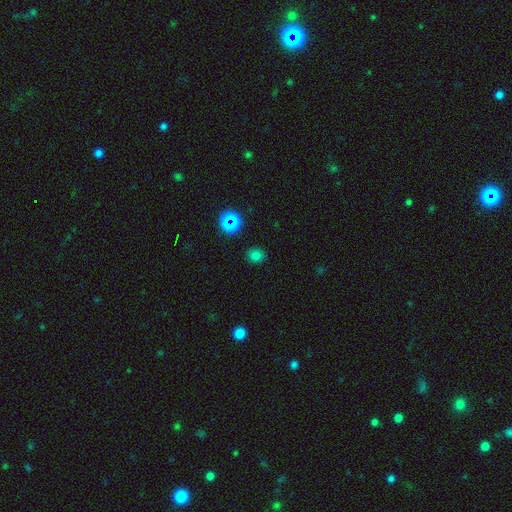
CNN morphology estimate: Smooth or featured: smooth — 74% (star or artifact — 20%)
How rounded: round — 76% (in between — 23%)
Merging: none — 88% (minor disturbance — 8%)